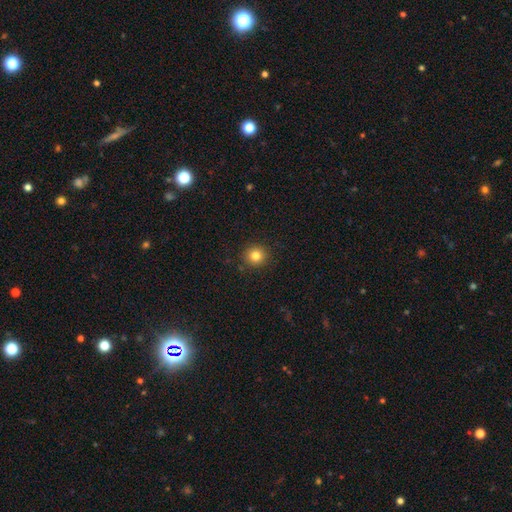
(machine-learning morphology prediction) Q: Smooth or featured?
A: smooth (82%); runner-up: star or artifact (12%)
Q: How rounded?
A: round (93%); runner-up: in between (6%)
Q: Merging?
A: none (91%); runner-up: minor disturbance (6%)